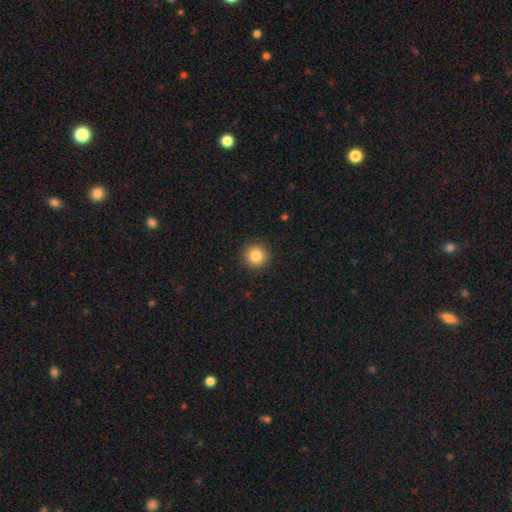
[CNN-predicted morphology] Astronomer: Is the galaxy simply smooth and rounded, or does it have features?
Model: smooth — 84%.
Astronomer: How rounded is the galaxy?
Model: round — 94%.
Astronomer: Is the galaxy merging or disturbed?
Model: none — 92%.